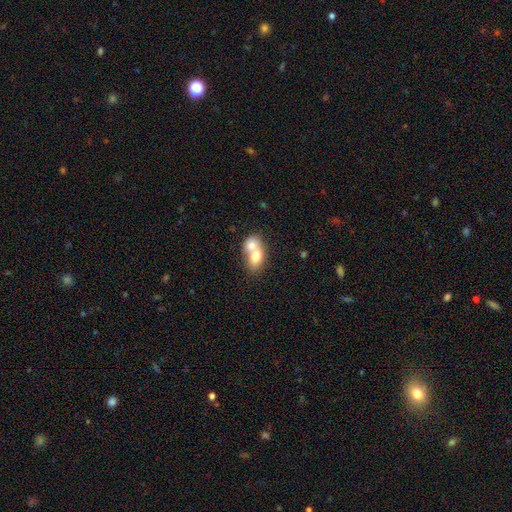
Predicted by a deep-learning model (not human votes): Q: Smooth or featured?
A: smooth (70%); runner-up: featured or disk (23%)
Q: How rounded?
A: in between (69%); runner-up: round (29%)
Q: Merging?
A: merger (75%); runner-up: none (17%)